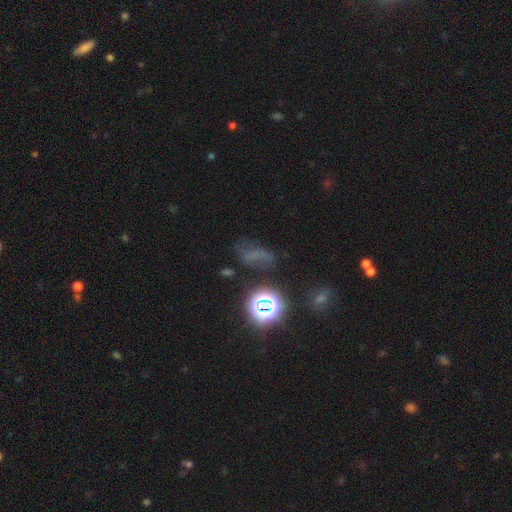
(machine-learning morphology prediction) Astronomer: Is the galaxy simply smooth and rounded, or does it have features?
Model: star or artifact — 40% (runner-up: smooth, 35%).